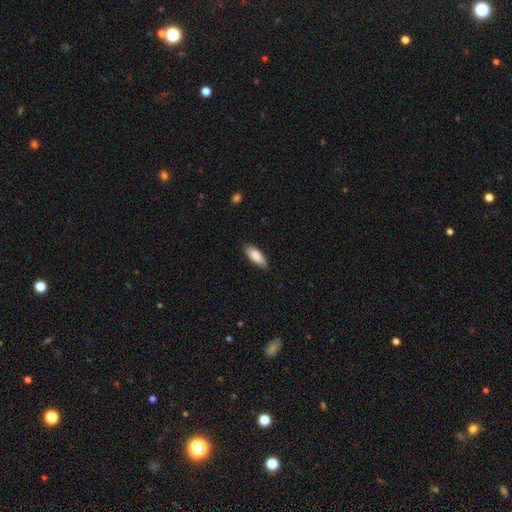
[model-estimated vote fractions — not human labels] smooth-or-featured: smooth: 87% | featured or disk: 8% | star or artifact: 6%
  how-rounded: in between: 78% | cigar-shaped: 20% | round: 2%
  merging: none: 81% | minor disturbance: 15% | major disturbance: 2% | merger: 1%